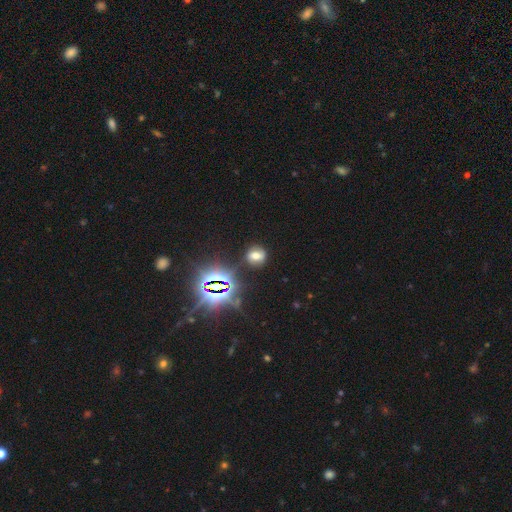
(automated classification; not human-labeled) Smooth or featured? Predicted: smooth (p=0.51). How rounded? Predicted: round (p=0.66). Merging? Predicted: none (p=0.79).